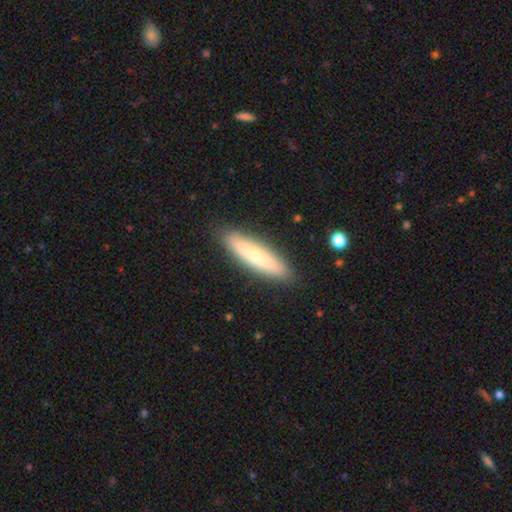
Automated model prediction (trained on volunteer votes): Smooth or featured? smooth (64%)
How rounded? cigar-shaped (79%)
Merging? none (88%)